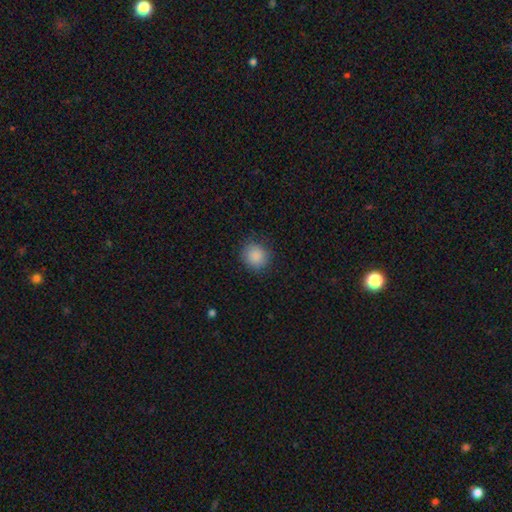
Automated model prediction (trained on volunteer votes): Overall: smooth (88%). How rounded: round (88%). Merging: none (86%).